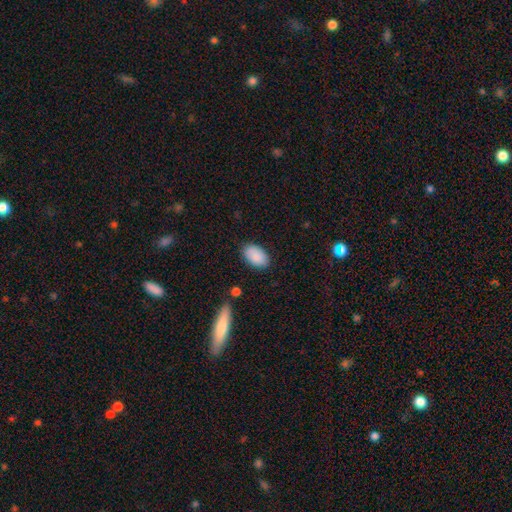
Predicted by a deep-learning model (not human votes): The model was most divided on "merging": none: 84%, minor disturbance: 11%, major disturbance: 3%, merger: 2%. More confident: how rounded — in between (93%); smooth or featured — smooth (88%).